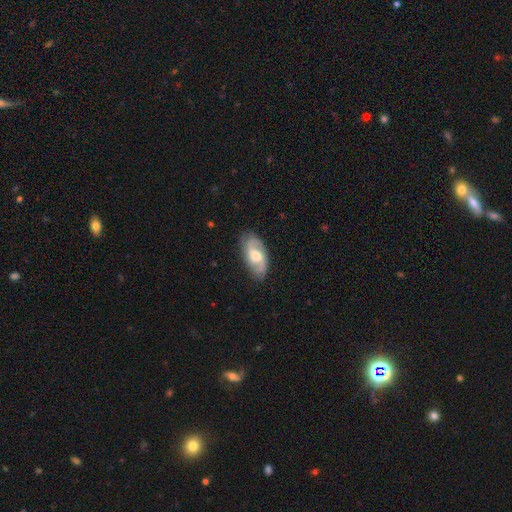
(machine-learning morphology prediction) Smooth or featured? featured or disk (75%)
Edge-on disk? no (95%)
Bar? weak (48%)
Spiral arms? yes (92%)
Spiral winding? medium (48%)
Spiral arm count? 2 (86%)
Bulge size? moderate (64%)
Merging? none (80%)